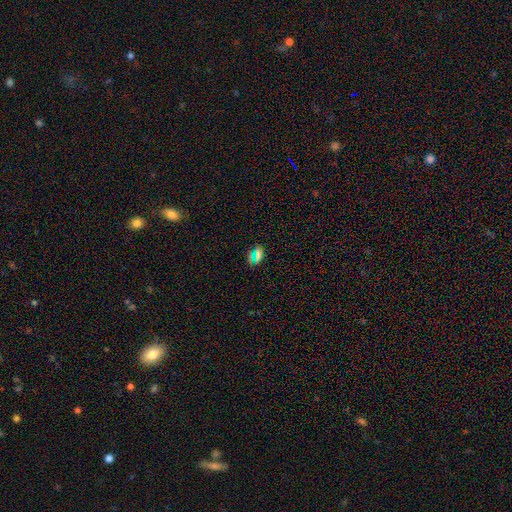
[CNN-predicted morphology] type=smooth (59%); roundness=in between (72%); merging=none (77%).